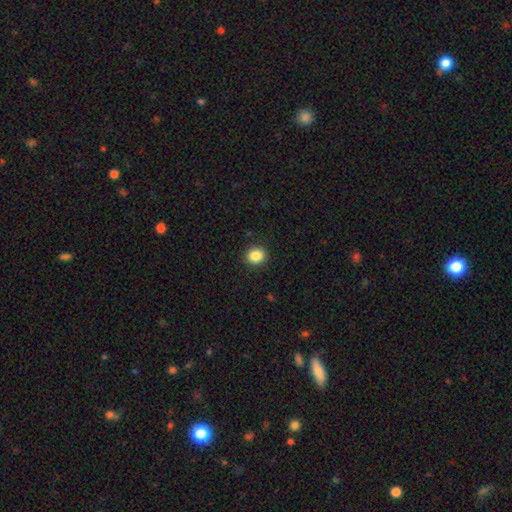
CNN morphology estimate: A smooth galaxy with no disk features (87%) that is round (74%). Merging: none (91%).